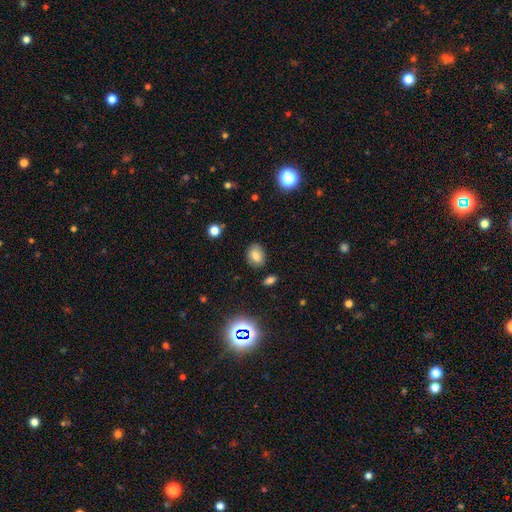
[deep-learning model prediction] A smooth galaxy with no disk features (77%) that is in between round and cigar-shaped (68%).

Vote fractions:
- Smooth or featured? smooth: 77% / star or artifact: 13% / featured or disk: 10%
- How rounded? in between: 68% / round: 31% / cigar-shaped: 1%
- Merging? none: 83% / minor disturbance: 12% / major disturbance: 3% / merger: 3%